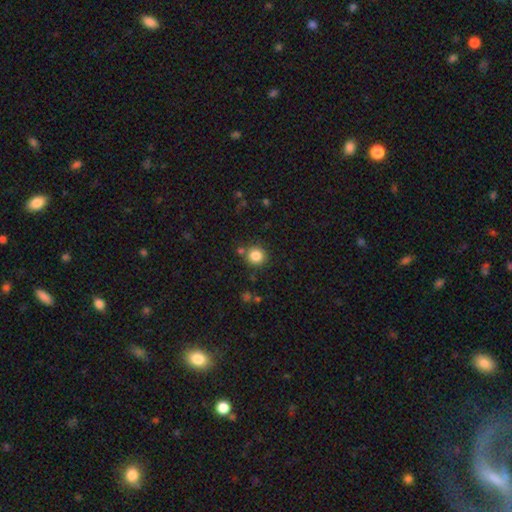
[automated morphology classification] Overall: smooth (83%). How rounded: round (93%). Merging: none (80%).